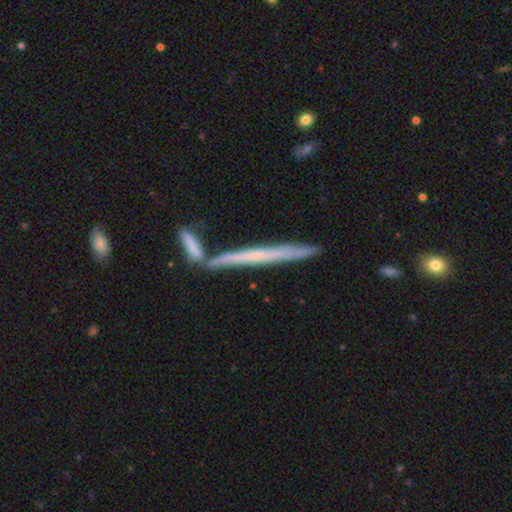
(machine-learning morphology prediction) Smooth or featured? Predicted: featured or disk (p=0.55). Edge-on disk? Predicted: yes (p=0.96). Edge-on bulge? Predicted: none (p=0.80). Merging? Predicted: none (p=0.77).